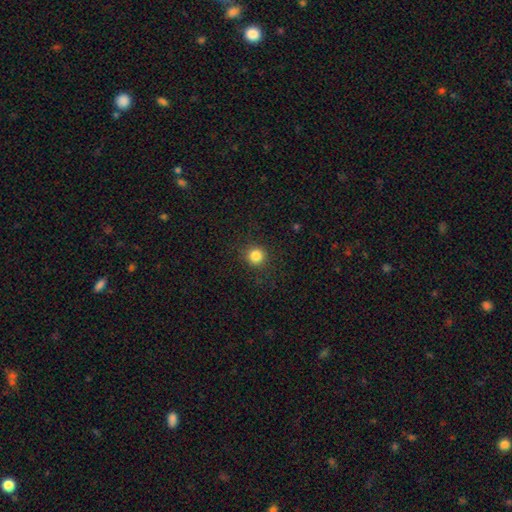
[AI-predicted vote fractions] A smooth galaxy with no disk features (84%) that is round (94%). Merging: none (89%).